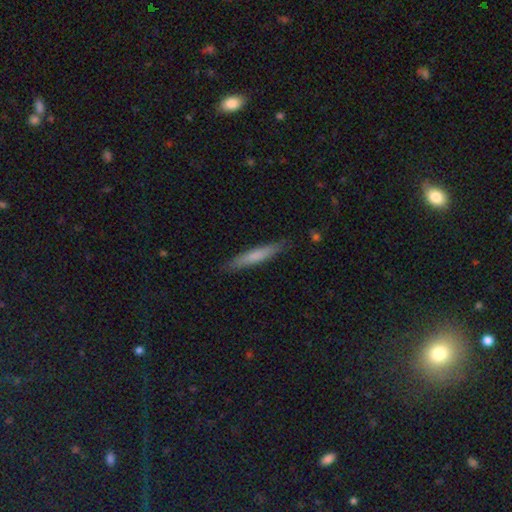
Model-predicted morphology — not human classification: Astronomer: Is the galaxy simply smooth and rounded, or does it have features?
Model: smooth — 70%.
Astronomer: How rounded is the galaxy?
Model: cigar-shaped — 93%.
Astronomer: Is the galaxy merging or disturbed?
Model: none — 88%.